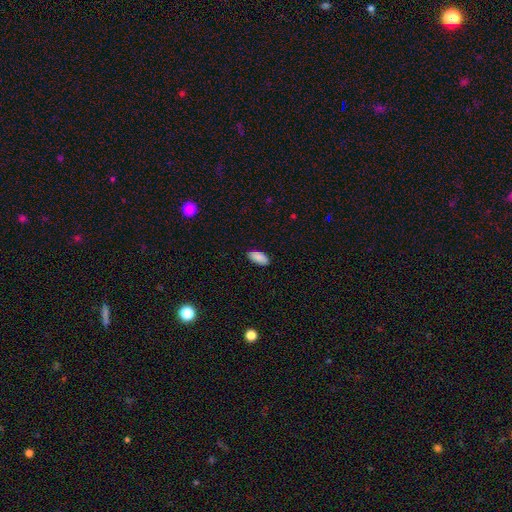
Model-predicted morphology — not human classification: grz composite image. It shows a smooth galaxy with no disk features (88%) that is in between round and cigar-shaped (93%). Merging: none (84%).